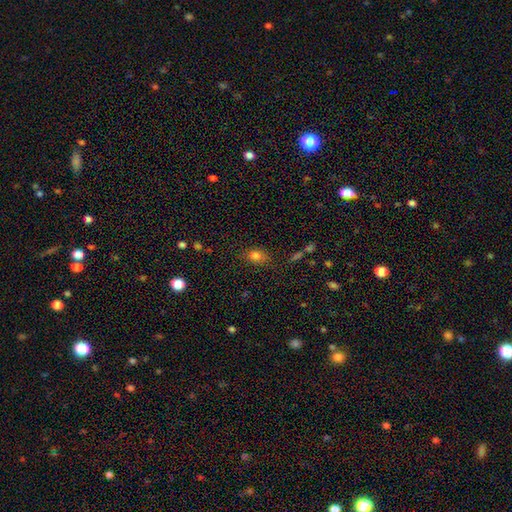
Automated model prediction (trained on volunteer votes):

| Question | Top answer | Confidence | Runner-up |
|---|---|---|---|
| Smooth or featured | smooth | 79% | star or artifact (14%) |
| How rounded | in between | 61% | round (37%) |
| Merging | none | 76% | minor disturbance (16%) |